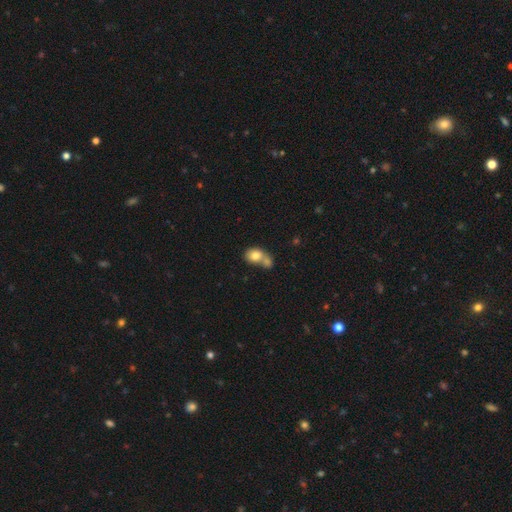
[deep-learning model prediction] This appears to be a smooth galaxy with no disk features (77%) that is in between round and cigar-shaped (52%). Merging: merger (64%).